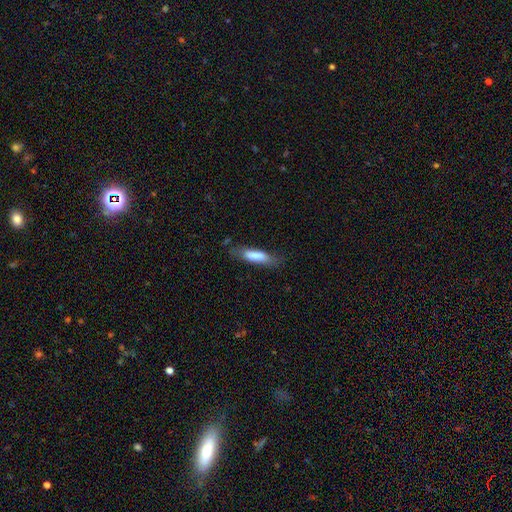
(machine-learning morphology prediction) Smooth or featured: smooth — 78% (featured or disk — 16%)
How rounded: cigar-shaped — 67% (in between — 31%)
Merging: none — 71% (minor disturbance — 21%)